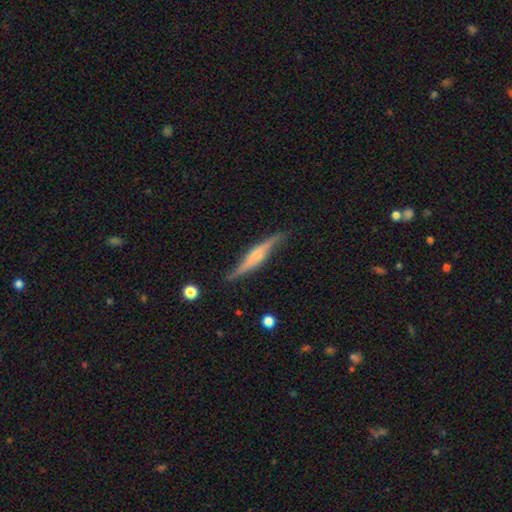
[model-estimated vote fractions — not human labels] A featured or disk galaxy (70%) viewed edge-on (86%) with a rounded central bulge (55%).

Vote fractions:
- Smooth or featured? featured or disk: 70% / smooth: 24% / star or artifact: 6%
- Edge-on disk? yes: 86% / no: 14%
- Edge-on bulge? rounded: 55% / boxy: 25% / none: 20%
- Merging? none: 75% / minor disturbance: 18% / major disturbance: 4% / merger: 2%